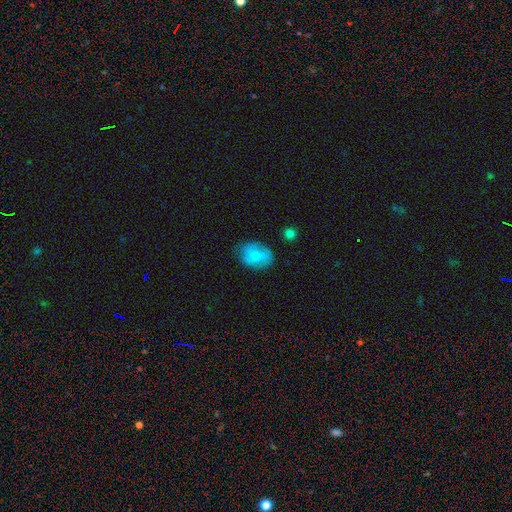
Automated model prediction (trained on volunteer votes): This is likely a smooth galaxy (74%). How rounded: likely in between (68%). Merging: likely none (69%).